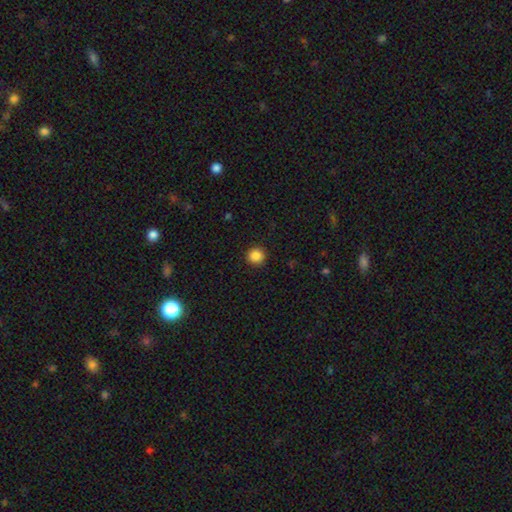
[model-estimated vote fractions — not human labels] The model was most divided on "smooth or featured": smooth: 86%, star or artifact: 10%, featured or disk: 3%. More confident: how rounded — round (93%); merging — none (92%).